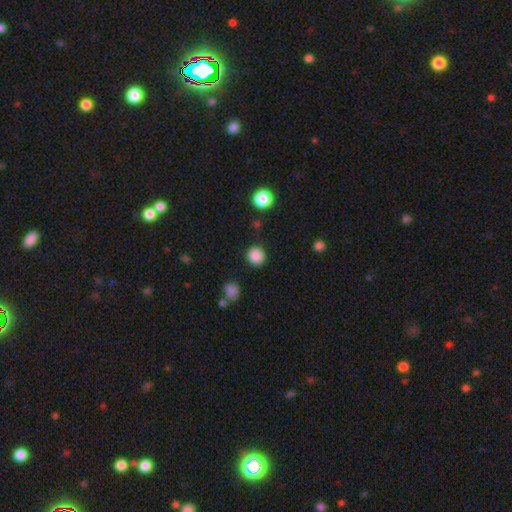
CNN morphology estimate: type=smooth (87%); roundness=round (91%); merging=none (88%).